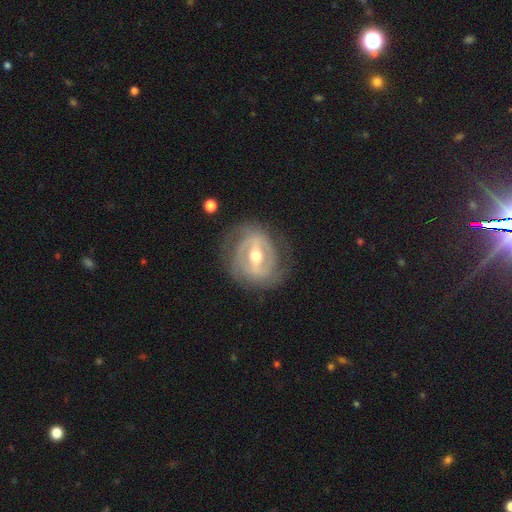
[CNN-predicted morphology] Smooth or featured?
  - featured or disk: 84% *
  - smooth: 10%
  - star or artifact: 5%
Edge-on disk?
  - no: 95% *
  - yes: 5%
Bar?
  - strong: 54% *
  - weak: 34%
  - no: 12%
Spiral arms?
  - yes: 84% *
  - no: 16%
Spiral winding?
  - tight: 61% *
  - medium: 29%
  - loose: 10%
Spiral arm count?
  - 2: 54% *
  - can't tell: 23%
  - 3: 13%
  - 1: 4%
  - 4: 4%
  - more than 4: 3%
Bulge size?
  - moderate: 74% *
  - small: 18%
  - large: 6%
  - dominant: 1%
  - none: 1%
Merging?
  - none: 76% *
  - minor disturbance: 15%
  - major disturbance: 8%
  - merger: 1%